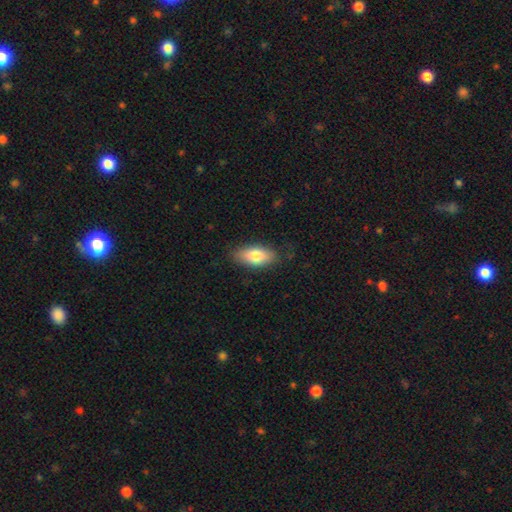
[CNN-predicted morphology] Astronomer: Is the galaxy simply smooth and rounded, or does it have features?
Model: smooth — 78%.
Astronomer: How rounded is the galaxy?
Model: in between — 86%.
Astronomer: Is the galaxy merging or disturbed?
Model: none — 82%.